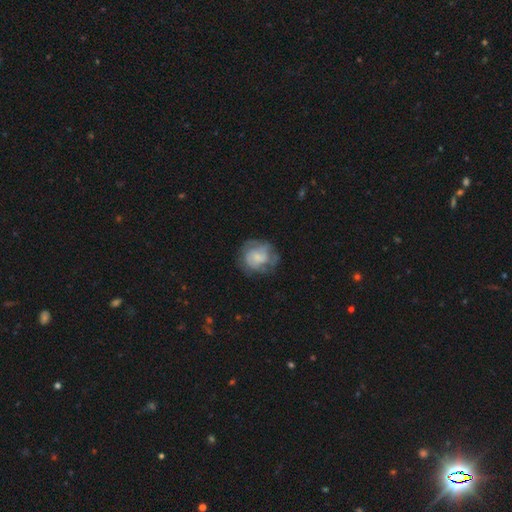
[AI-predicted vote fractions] featured or disk 52%, smooth 40%, star or artifact 8%. Down the decision tree: edge-on disk — no (98%); bar — no (66%); spiral arms — yes (65%); bulge size — small (40%); merging — none (62%).